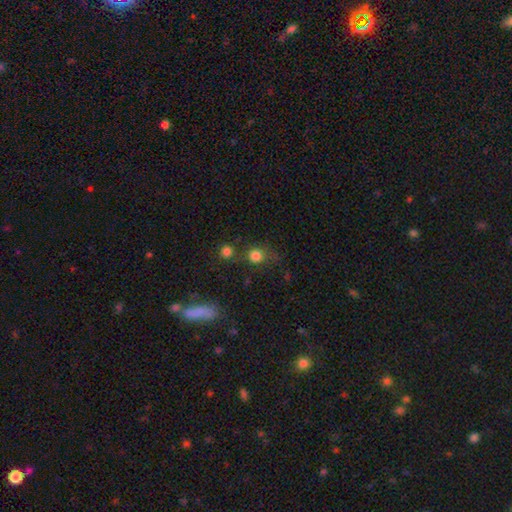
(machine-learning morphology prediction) smooth 78%, star or artifact 15%, featured or disk 7%. Down the decision tree: how rounded — round (85%); merging — none (60%).